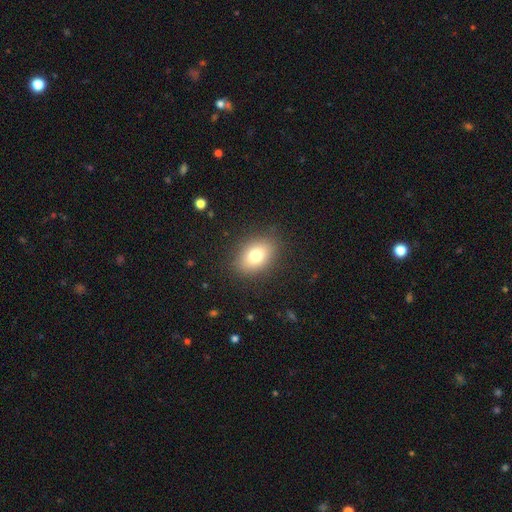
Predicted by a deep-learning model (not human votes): This appears to be a smooth galaxy with no disk features (77%) that is in between round and cigar-shaped (78%). Merging: none (86%).